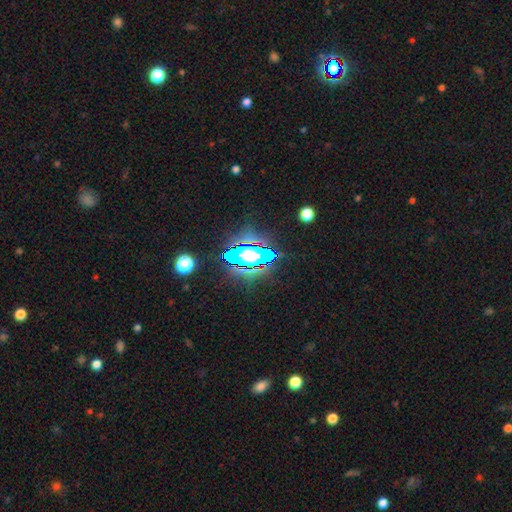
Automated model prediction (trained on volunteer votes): This is likely a star or artifact rather than a galaxy (69%).